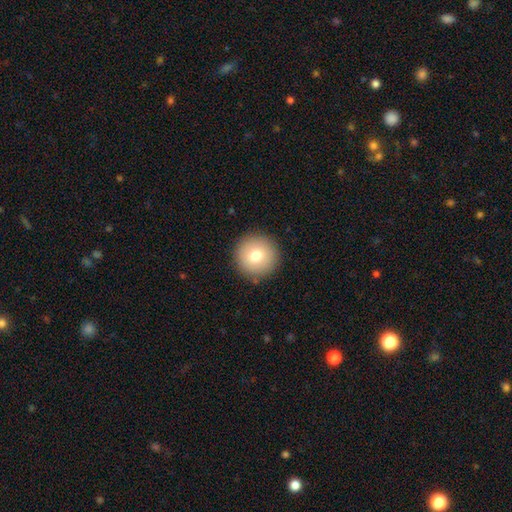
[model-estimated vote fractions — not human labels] Overall: smooth (76%). How rounded: round (96%). Merging: none (91%).